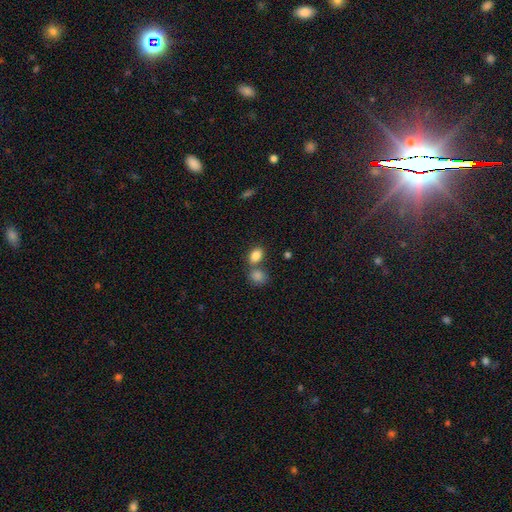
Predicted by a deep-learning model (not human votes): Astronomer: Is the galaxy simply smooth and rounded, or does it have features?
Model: smooth — 85%.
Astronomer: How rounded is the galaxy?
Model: in between — 75%.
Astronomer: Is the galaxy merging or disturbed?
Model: none — 48% (runner-up: merger, 38%).